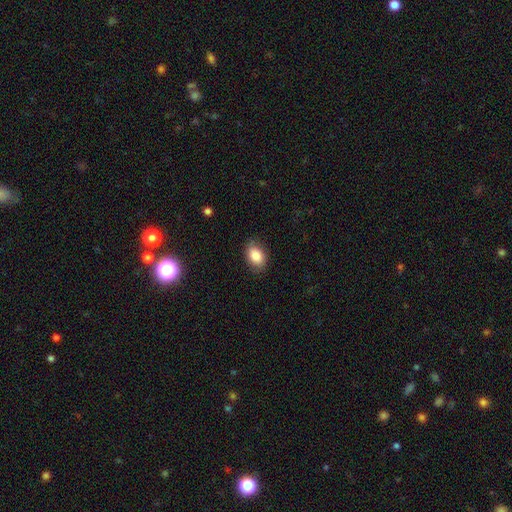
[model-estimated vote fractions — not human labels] Morphology: type=smooth (85%); roundness=in between (84%); merging=none (82%).